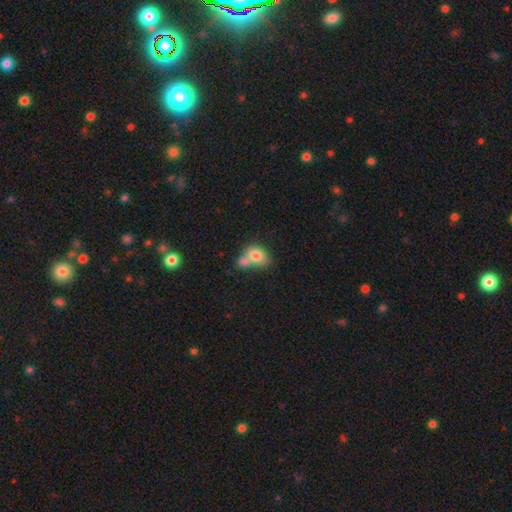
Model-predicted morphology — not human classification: Smooth or featured? smooth (78%)
How rounded? in between (68%)
Merging? merger (57%)